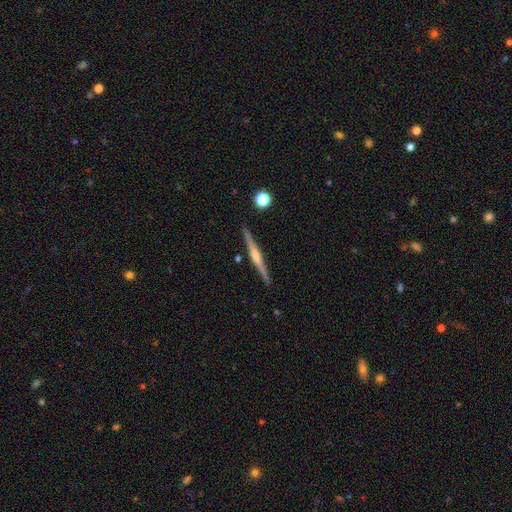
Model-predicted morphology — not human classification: A featured or disk galaxy (75%) viewed edge-on (98%) with a rounded central bulge (77%).

Vote fractions:
- Smooth or featured? featured or disk: 75% / smooth: 20% / star or artifact: 6%
- Edge-on disk? yes: 98% / no: 2%
- Edge-on bulge? rounded: 77% / none: 14% / boxy: 9%
- Merging? none: 91% / minor disturbance: 6% / merger: 2% / major disturbance: 1%